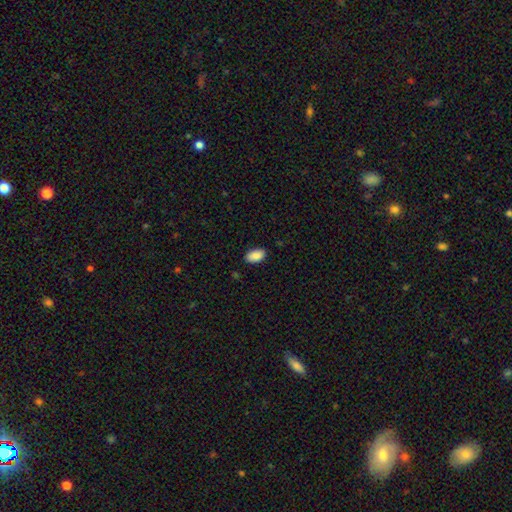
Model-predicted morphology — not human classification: Smooth or featured? Predicted: smooth (p=0.90). How rounded? Predicted: in between (p=0.94). Merging? Predicted: none (p=0.88).